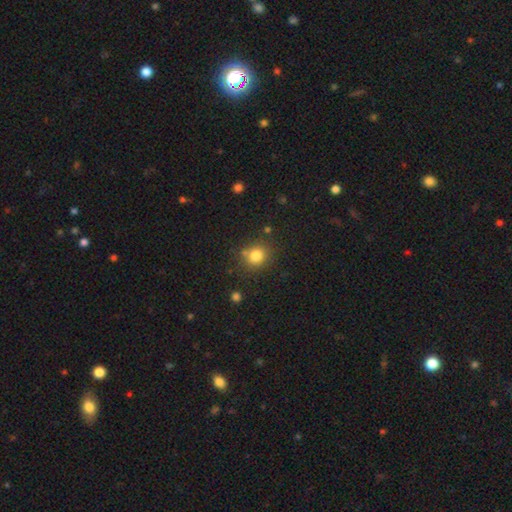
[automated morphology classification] smooth_or_featured: smooth (p=0.80) [alt: star or artifact p=0.13]
how_rounded: round (p=0.78) [alt: in between p=0.21]
merging: none (p=0.77) [alt: minor disturbance p=0.11]